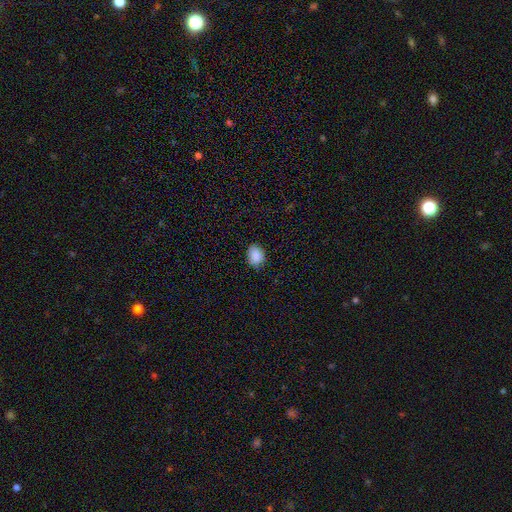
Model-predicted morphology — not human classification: smooth 87%, star or artifact 8%, featured or disk 4%. Down the decision tree: how rounded — in between (63%); merging — none (79%).